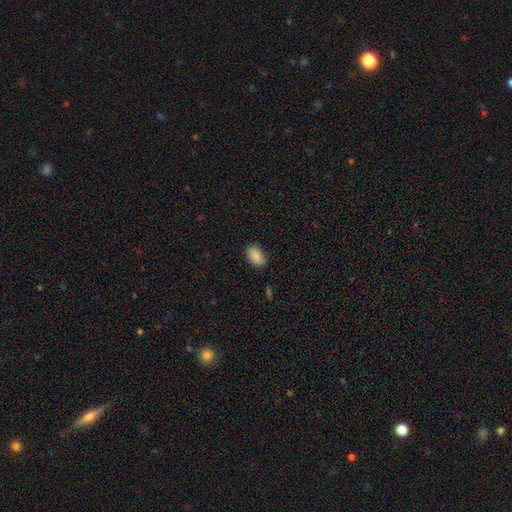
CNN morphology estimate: smooth_or_featured: smooth (p=0.87) [alt: star or artifact p=0.08]
how_rounded: in between (p=0.91) [alt: round p=0.08]
merging: none (p=0.84) [alt: minor disturbance p=0.13]